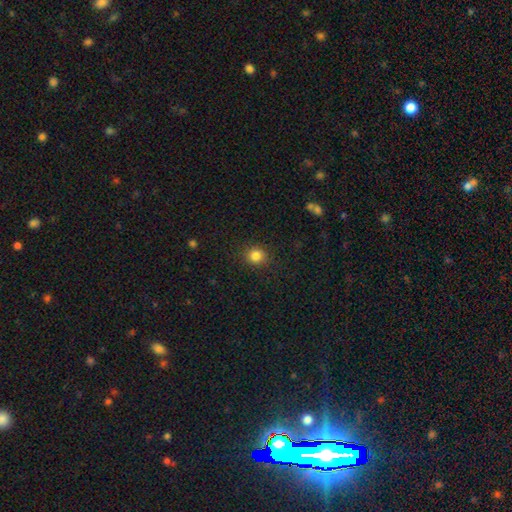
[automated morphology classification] smooth_or_featured: smooth (p=0.84) [alt: star or artifact p=0.12]
how_rounded: round (p=0.86) [alt: in between p=0.13]
merging: none (p=0.88) [alt: minor disturbance p=0.08]